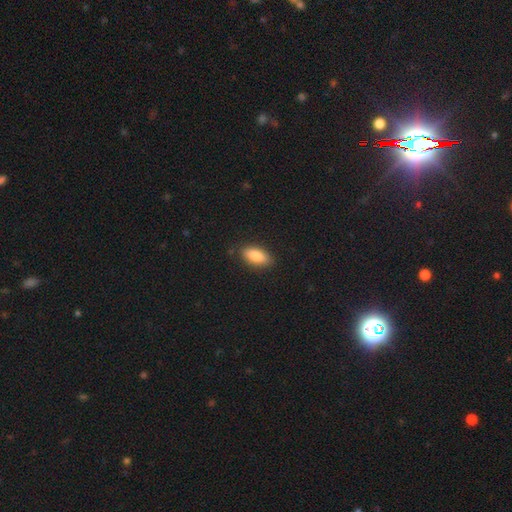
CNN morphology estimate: Q: Smooth or featured?
A: smooth (85%); runner-up: featured or disk (8%)
Q: How rounded?
A: in between (87%); runner-up: cigar-shaped (10%)
Q: Merging?
A: none (86%); runner-up: minor disturbance (11%)